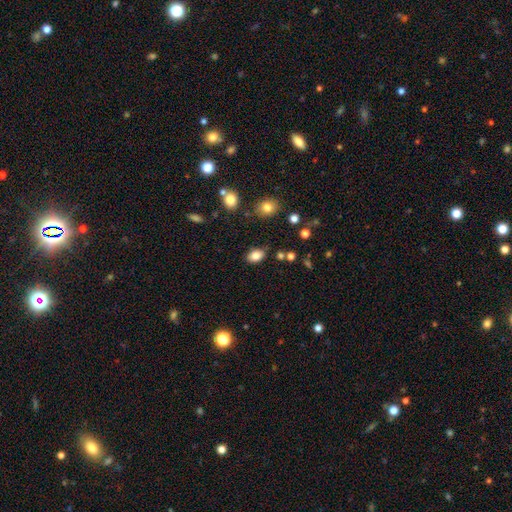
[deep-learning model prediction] Q: Smooth or featured?
A: smooth (84%); runner-up: star or artifact (10%)
Q: How rounded?
A: in between (83%); runner-up: round (15%)
Q: Merging?
A: none (81%); runner-up: minor disturbance (12%)